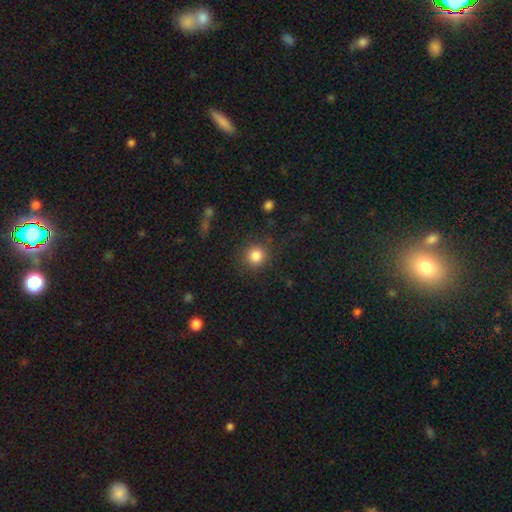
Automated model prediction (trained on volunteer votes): Overall: smooth (84%). How rounded: round (92%). Merging: none (87%).